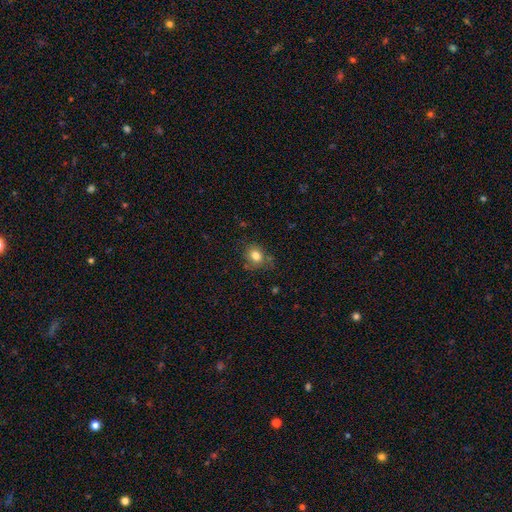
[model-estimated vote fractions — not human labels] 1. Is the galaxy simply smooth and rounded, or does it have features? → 81% smooth, 11% star or artifact, 9% featured or disk.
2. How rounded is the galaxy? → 59% round, 40% in between, 1% cigar-shaped.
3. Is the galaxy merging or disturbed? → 70% none, 21% minor disturbance, 6% major disturbance, 3% merger.